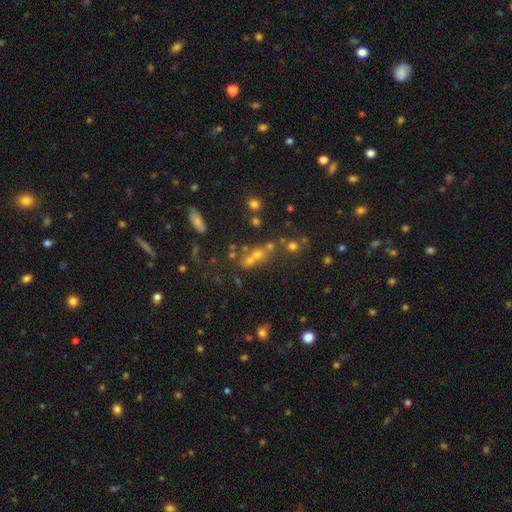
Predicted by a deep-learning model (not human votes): This appears to be a smooth galaxy with no disk features (39%). Merging: none (47%).